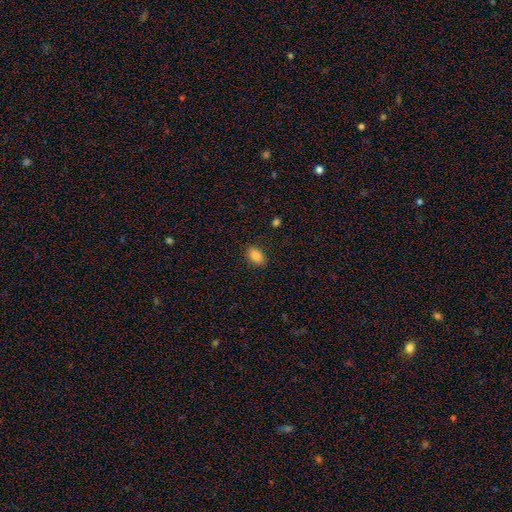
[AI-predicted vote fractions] smooth_or_featured: smooth (p=0.86) [alt: star or artifact p=0.09]
how_rounded: in between (p=0.84) [alt: round p=0.15]
merging: none (p=0.87) [alt: minor disturbance p=0.09]